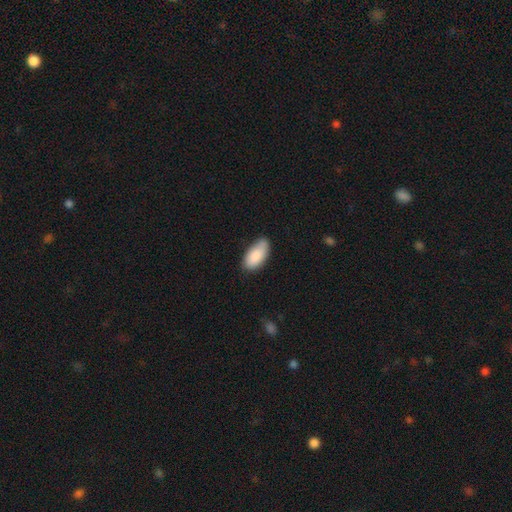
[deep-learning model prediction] This is clearly a smooth galaxy (88%). How rounded: clearly in between (93%). Merging: likely none (70%).